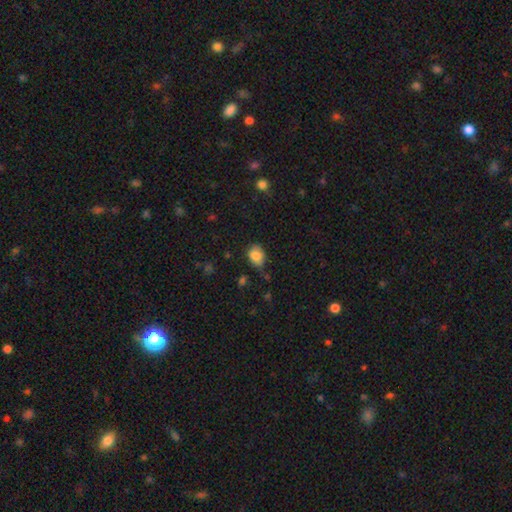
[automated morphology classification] smooth_or_featured: smooth (p=0.83) [alt: star or artifact p=0.09]
how_rounded: in between (p=0.63) [alt: round p=0.36]
merging: none (p=0.57) [alt: minor disturbance p=0.33]